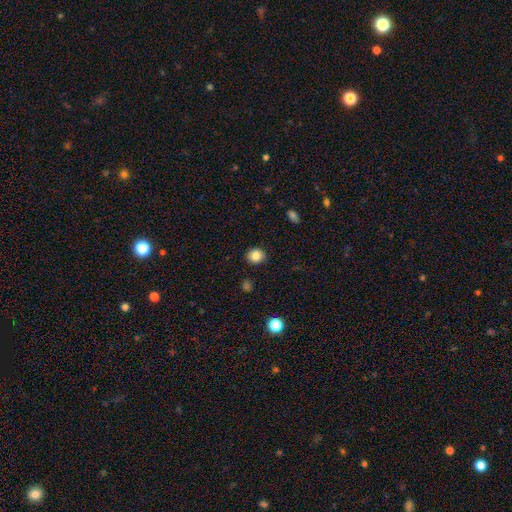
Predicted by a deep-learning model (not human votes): Smooth or featured: smooth — 85% (star or artifact — 10%)
How rounded: round — 78% (in between — 21%)
Merging: none — 90% (minor disturbance — 7%)